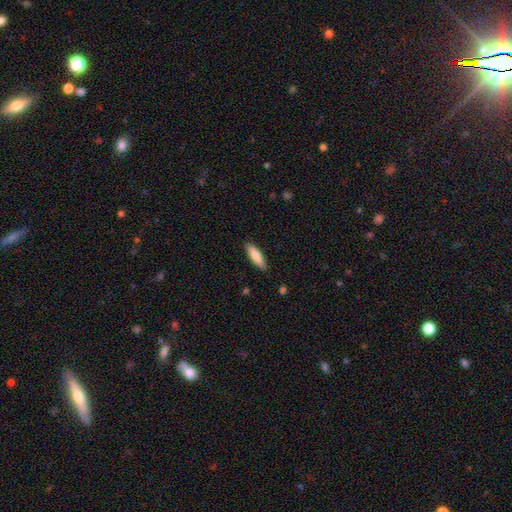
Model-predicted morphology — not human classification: smooth_or_featured: smooth (p=0.82) [alt: featured or disk p=0.12]
how_rounded: cigar-shaped (p=0.57) [alt: in between p=0.41]
merging: none (p=0.88) [alt: minor disturbance p=0.09]